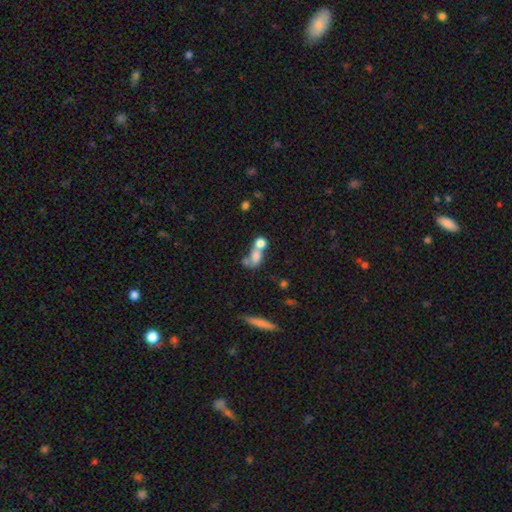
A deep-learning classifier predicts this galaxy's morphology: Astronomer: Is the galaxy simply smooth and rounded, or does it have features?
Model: smooth — 66%.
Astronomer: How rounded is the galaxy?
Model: in between — 57% (runner-up: round, 34%).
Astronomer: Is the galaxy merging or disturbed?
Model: merger — 64%.